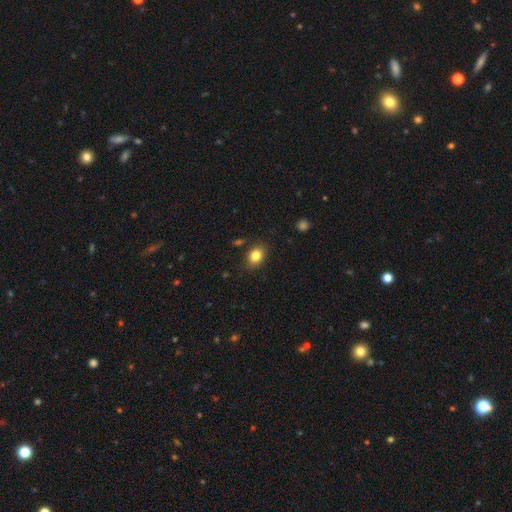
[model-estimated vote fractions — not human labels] Morphology: type=smooth (84%); roundness=in between (67%); merging=none (84%).